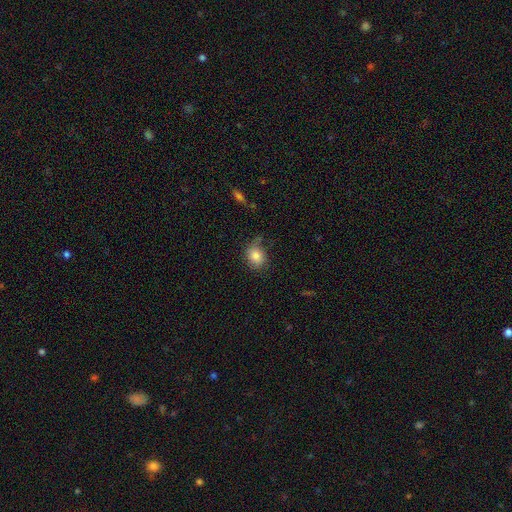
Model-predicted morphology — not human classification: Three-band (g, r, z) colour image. It shows a smooth galaxy with no disk features (82%) that is round (52%). Merging: none (68%).